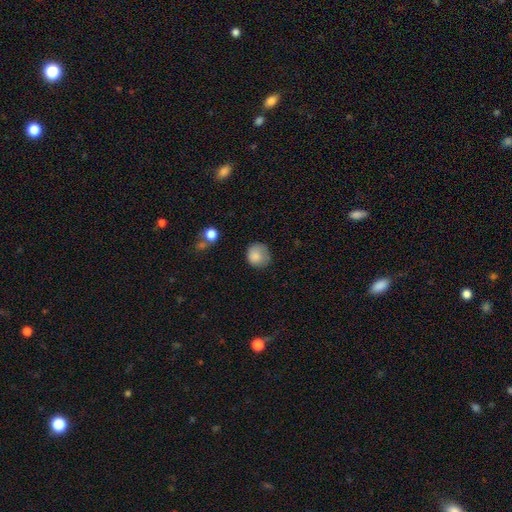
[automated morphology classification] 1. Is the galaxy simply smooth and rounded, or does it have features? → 83% smooth, 9% star or artifact, 9% featured or disk.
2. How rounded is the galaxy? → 80% round, 19% in between, 1% cigar-shaped.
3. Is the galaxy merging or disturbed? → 59% none, 28% minor disturbance, 10% major disturbance, 2% merger.